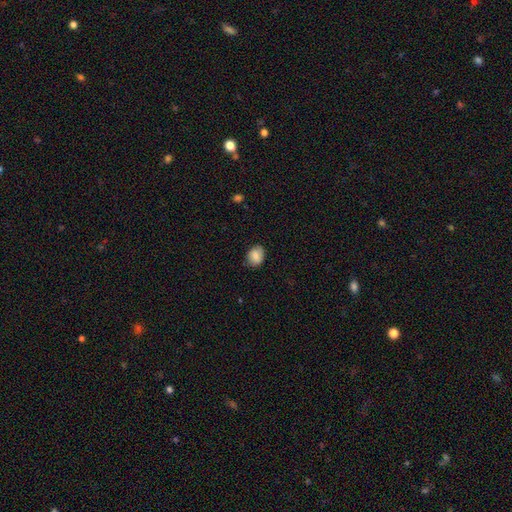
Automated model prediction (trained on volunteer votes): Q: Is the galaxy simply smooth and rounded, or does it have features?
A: smooth — 83%.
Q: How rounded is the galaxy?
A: in between — 55%.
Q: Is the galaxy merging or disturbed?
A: none — 78%.